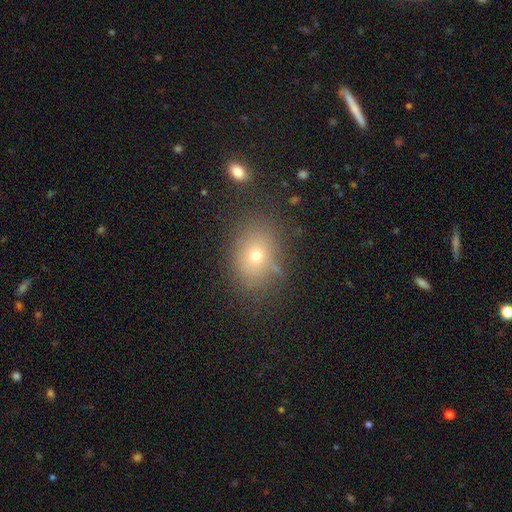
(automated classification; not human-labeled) Smooth or featured? smooth (67%)
How rounded? in between (59%)
Merging? none (77%)